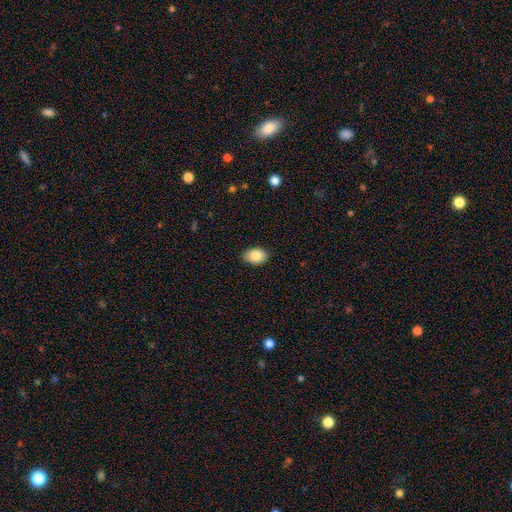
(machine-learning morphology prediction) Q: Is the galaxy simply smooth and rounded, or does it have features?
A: smooth — 85%.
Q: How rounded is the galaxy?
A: in between — 85%.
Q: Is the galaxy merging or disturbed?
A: none — 86%.